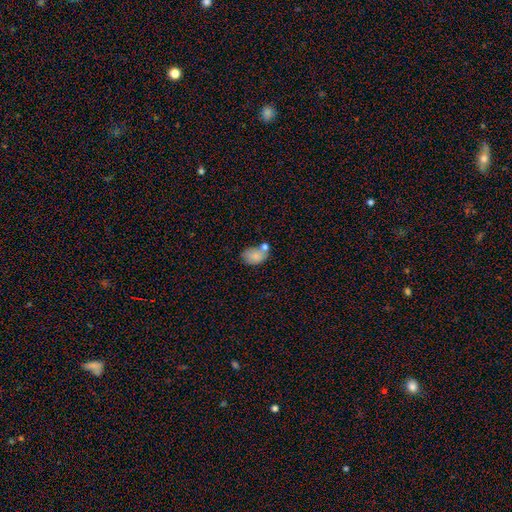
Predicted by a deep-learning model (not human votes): A smooth galaxy with no disk features (79%) that is in between round and cigar-shaped (82%).

Vote fractions:
- Smooth or featured? smooth: 79% / featured or disk: 12% / star or artifact: 8%
- How rounded? in between: 82% / round: 17% / cigar-shaped: 1%
- Merging? none: 43% / merger: 27% / minor disturbance: 22% / major disturbance: 8%